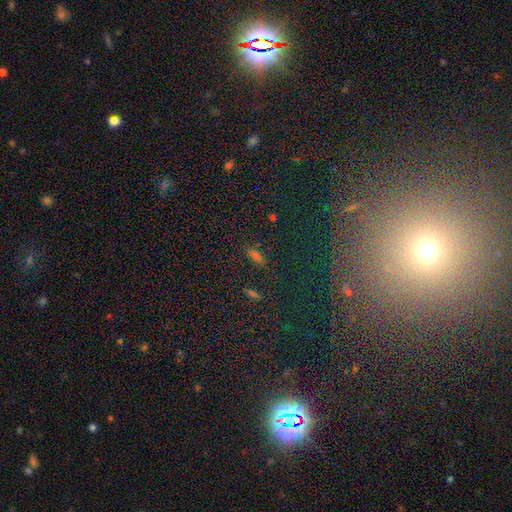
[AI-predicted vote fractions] Q: Smooth or featured?
A: smooth (54%); runner-up: star or artifact (33%)
Q: How rounded?
A: in between (65%); runner-up: cigar-shaped (26%)
Q: Merging?
A: none (82%); runner-up: minor disturbance (11%)